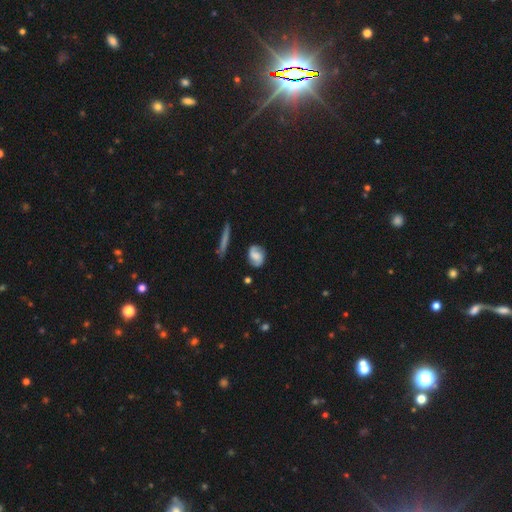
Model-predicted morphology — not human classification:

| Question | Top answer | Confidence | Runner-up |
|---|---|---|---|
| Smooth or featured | featured or disk | 52% | smooth (40%) |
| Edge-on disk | no | 94% | yes (6%) |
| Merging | none | 74% | minor disturbance (17%) |